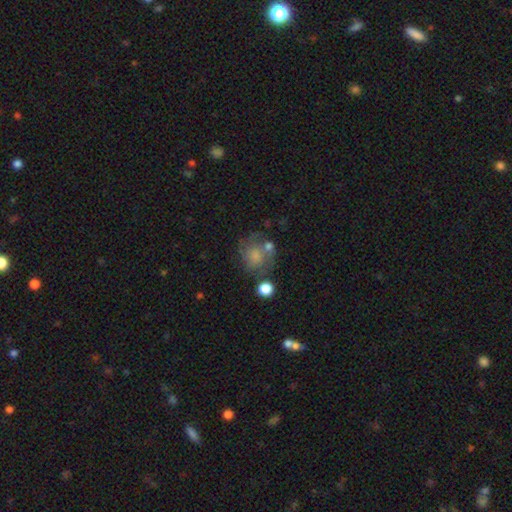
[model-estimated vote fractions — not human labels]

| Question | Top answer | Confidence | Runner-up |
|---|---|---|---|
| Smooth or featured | smooth | 52% | featured or disk (38%) |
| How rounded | round | 76% | in between (23%) |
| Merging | none | 47% | minor disturbance (20%) |